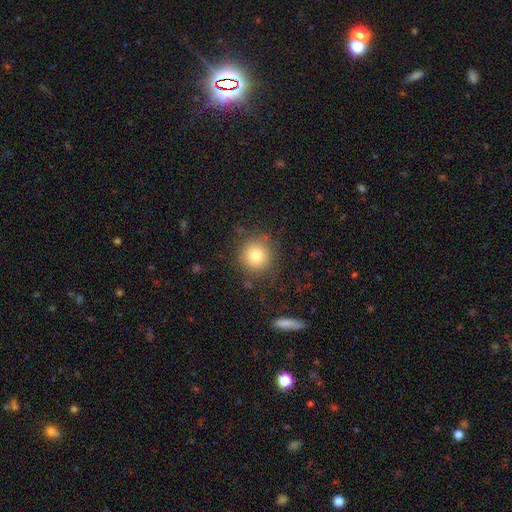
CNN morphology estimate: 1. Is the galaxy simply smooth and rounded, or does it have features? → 79% smooth, 11% star or artifact, 9% featured or disk.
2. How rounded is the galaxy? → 93% round, 6% in between, 1% cigar-shaped.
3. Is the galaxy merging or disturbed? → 84% none, 10% minor disturbance, 4% major disturbance, 2% merger.